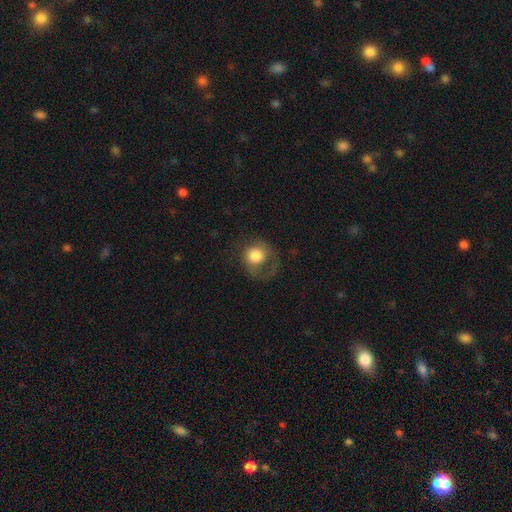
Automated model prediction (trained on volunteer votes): The model was most divided on "merging": major disturbance: 39%, none: 38%, minor disturbance: 22%, merger: 2%. More confident: how rounded — round (80%); smooth or featured — smooth (69%).